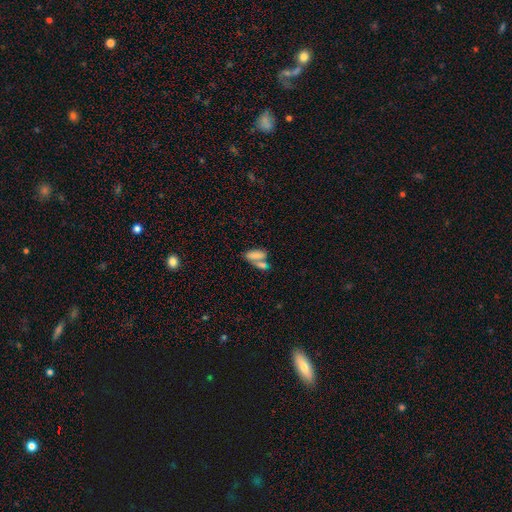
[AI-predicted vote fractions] smooth_or_featured: smooth (p=0.78) [alt: featured or disk p=0.12]
how_rounded: in between (p=0.80) [alt: cigar-shaped p=0.16]
merging: merger (p=0.53) [alt: none p=0.32]